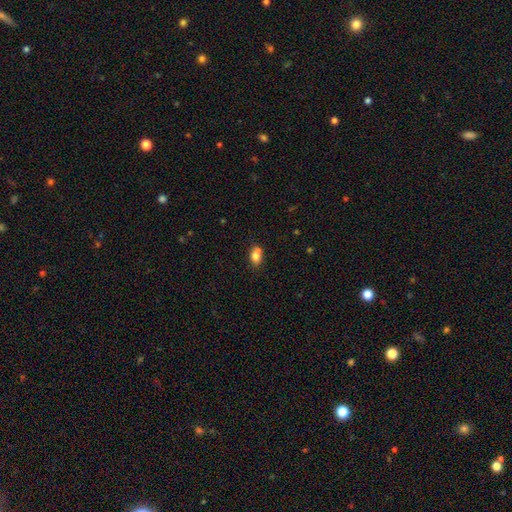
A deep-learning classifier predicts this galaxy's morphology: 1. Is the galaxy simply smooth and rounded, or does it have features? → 76% smooth, 14% featured or disk, 10% star or artifact.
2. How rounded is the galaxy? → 68% in between, 30% round, 2% cigar-shaped.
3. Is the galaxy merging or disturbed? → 47% none, 36% merger, 13% minor disturbance, 4% major disturbance.